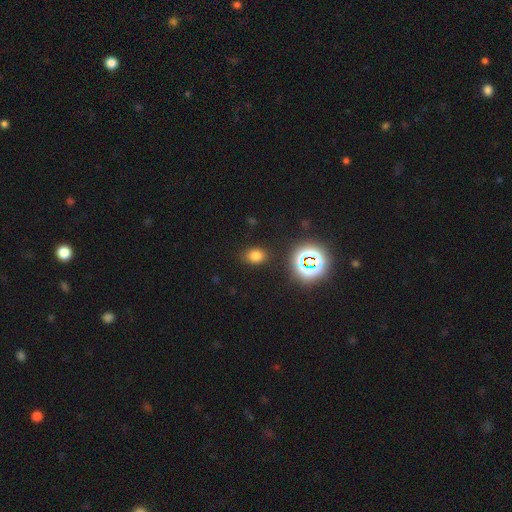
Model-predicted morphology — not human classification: The model was most divided on "how rounded": in between: 60%, round: 39%, cigar-shaped: 1%. More confident: merging — none (83%); smooth or featured — smooth (72%).